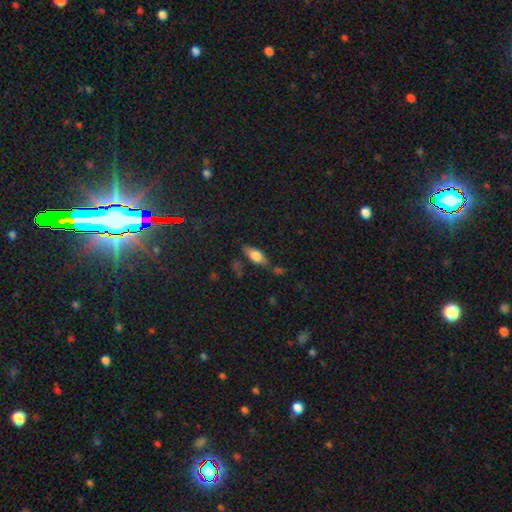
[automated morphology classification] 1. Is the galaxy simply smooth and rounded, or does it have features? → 68% smooth, 23% featured or disk, 9% star or artifact.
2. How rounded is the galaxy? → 75% in between, 21% cigar-shaped, 4% round.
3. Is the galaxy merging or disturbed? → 62% none, 22% minor disturbance, 8% merger, 7% major disturbance.